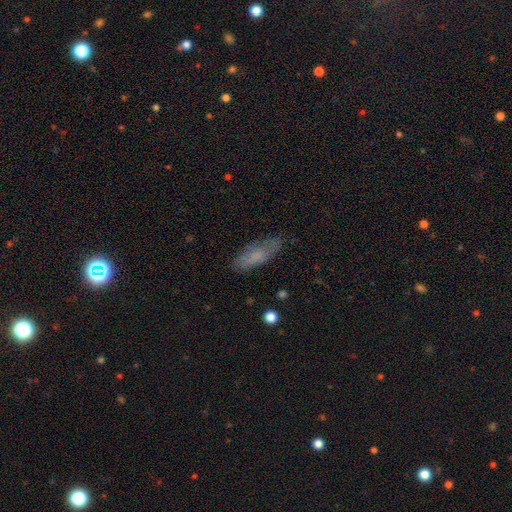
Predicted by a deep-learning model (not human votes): A smooth galaxy with no disk features (66%) that is in between round and cigar-shaped (58%).

Vote fractions:
- Smooth or featured? smooth: 66% / featured or disk: 26% / star or artifact: 8%
- How rounded? in between: 58% / cigar-shaped: 40% / round: 2%
- Merging? none: 76% / minor disturbance: 18% / major disturbance: 5% / merger: 2%